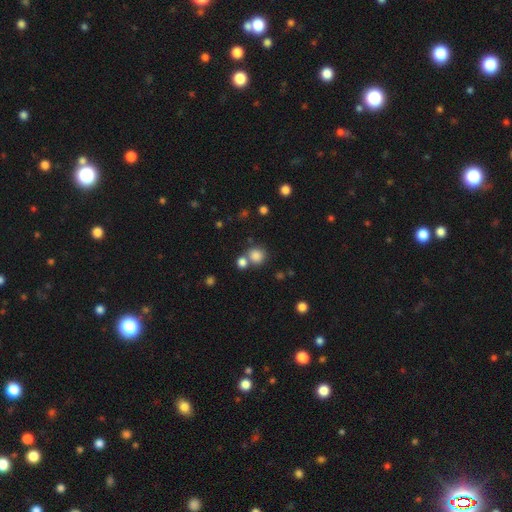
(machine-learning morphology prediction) A smooth galaxy with no disk features (83%) that is round (88%). Merging: none (63%).